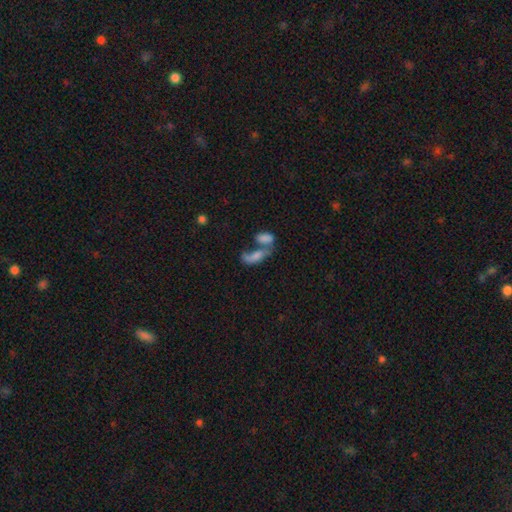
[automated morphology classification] This is likely a smooth galaxy (67%). How rounded: likely in between (77%). Merging: likely merger (66%).